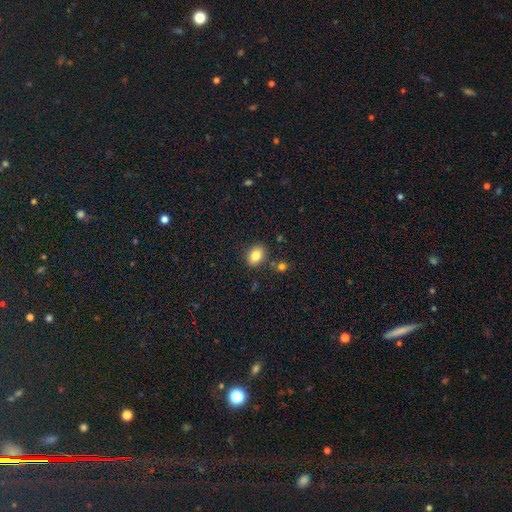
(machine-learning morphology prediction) A smooth galaxy with no disk features (83%) that is in between round and cigar-shaped (74%).

Vote fractions:
- Smooth or featured? smooth: 83% / star or artifact: 9% / featured or disk: 8%
- How rounded? in between: 74% / round: 25% / cigar-shaped: 1%
- Merging? none: 83% / minor disturbance: 10% / merger: 5% / major disturbance: 2%